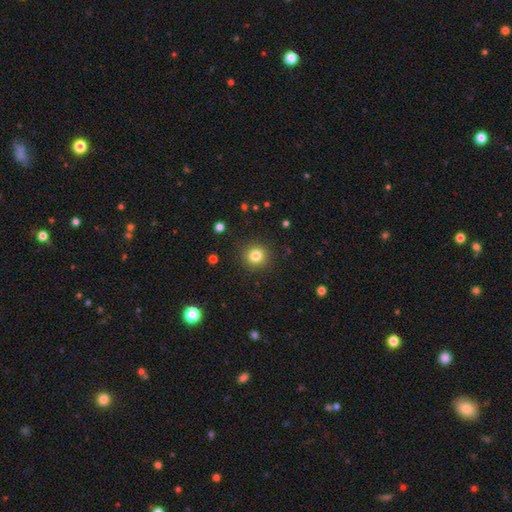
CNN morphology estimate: Smooth or featured?
  - smooth: 82% *
  - star or artifact: 12%
  - featured or disk: 6%
How rounded?
  - round: 91% *
  - in between: 8%
  - cigar-shaped: 1%
Merging?
  - none: 91% *
  - minor disturbance: 6%
  - major disturbance: 2%
  - merger: 1%